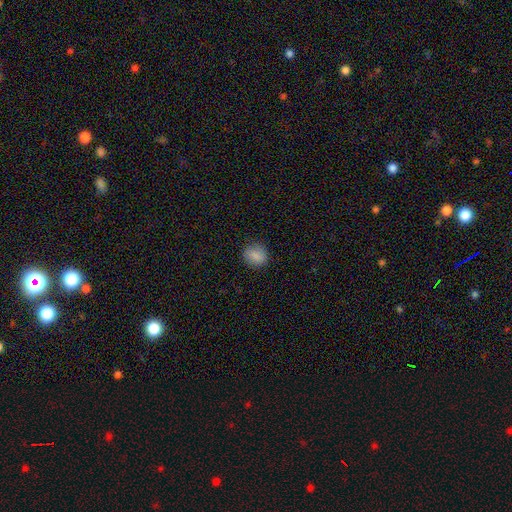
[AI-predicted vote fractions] Smooth or featured: smooth — 83% (featured or disk — 9%)
How rounded: round — 68% (in between — 30%)
Merging: none — 86% (minor disturbance — 10%)